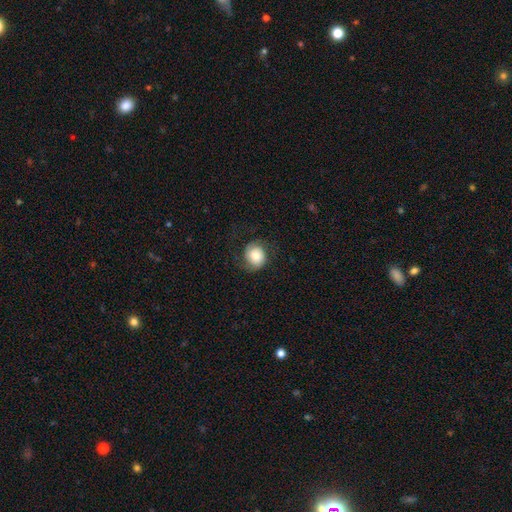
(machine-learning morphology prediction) type=smooth (65%); roundness=round (77%); merging=none (69%).